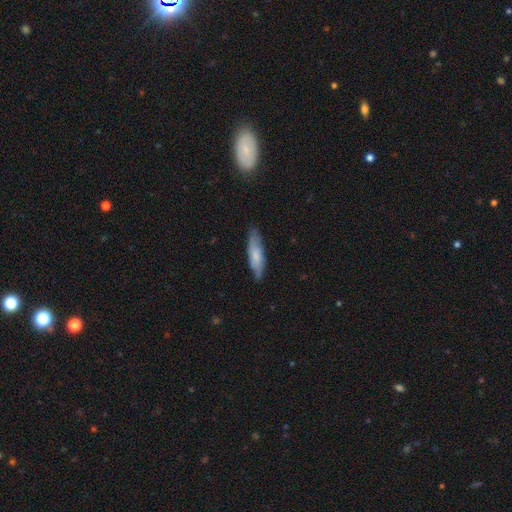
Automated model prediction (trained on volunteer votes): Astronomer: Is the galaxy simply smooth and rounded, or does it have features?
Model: smooth — 63%.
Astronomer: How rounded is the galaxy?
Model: cigar-shaped — 64%.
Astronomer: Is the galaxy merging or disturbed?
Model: none — 77%.